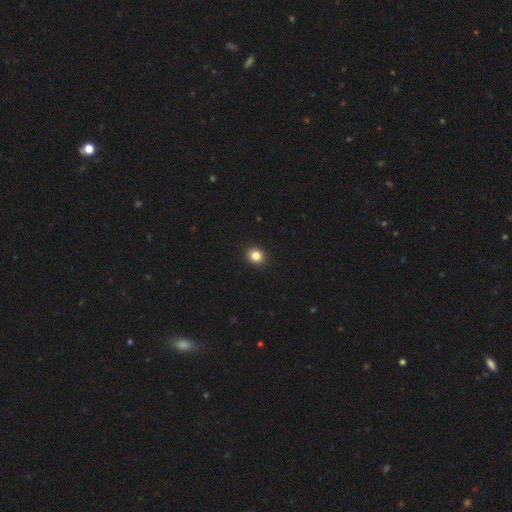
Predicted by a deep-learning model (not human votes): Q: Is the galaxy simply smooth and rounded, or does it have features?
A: smooth — 85%.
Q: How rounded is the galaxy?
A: round — 72%.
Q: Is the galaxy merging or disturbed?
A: none — 93%.